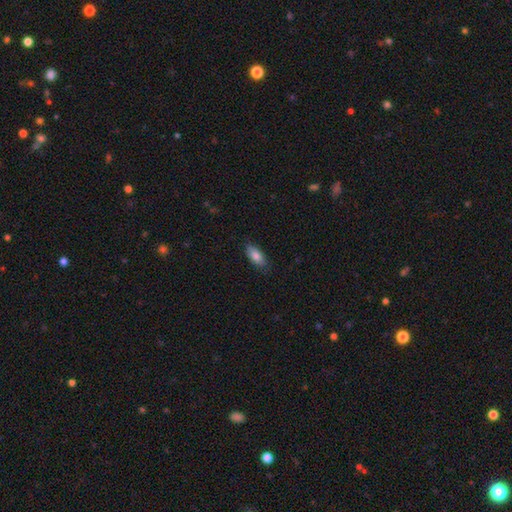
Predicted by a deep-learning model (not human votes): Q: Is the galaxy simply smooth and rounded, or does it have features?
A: smooth — 82%.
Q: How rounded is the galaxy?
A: in between — 85%.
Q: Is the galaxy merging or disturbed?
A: none — 82%.